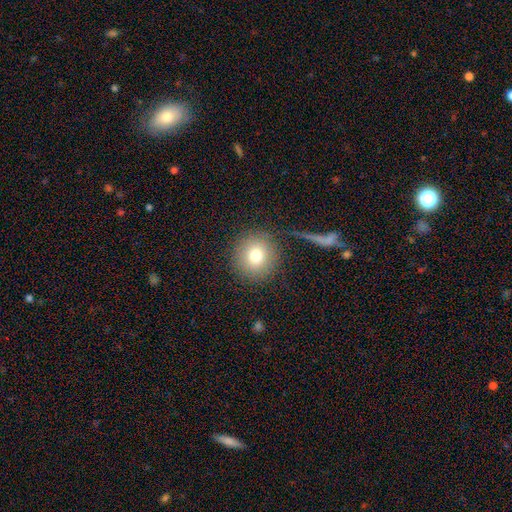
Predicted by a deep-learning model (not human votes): Smooth or featured?
  - smooth: 77% *
  - featured or disk: 12%
  - star or artifact: 11%
How rounded?
  - round: 92% *
  - in between: 6%
  - cigar-shaped: 1%
Merging?
  - none: 86% *
  - minor disturbance: 8%
  - major disturbance: 4%
  - merger: 3%